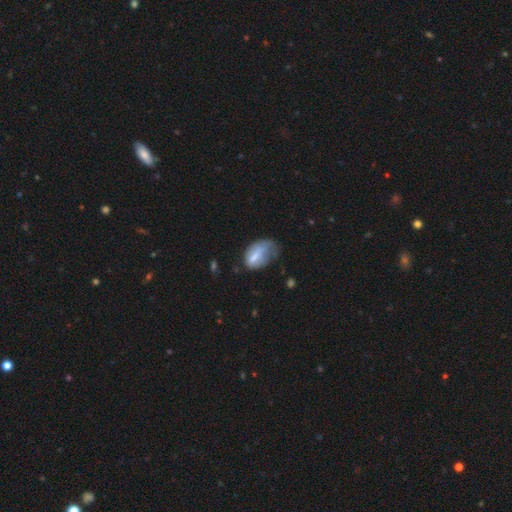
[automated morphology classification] type=smooth (65%); roundness=in between (88%); merging=major disturbance (40%).